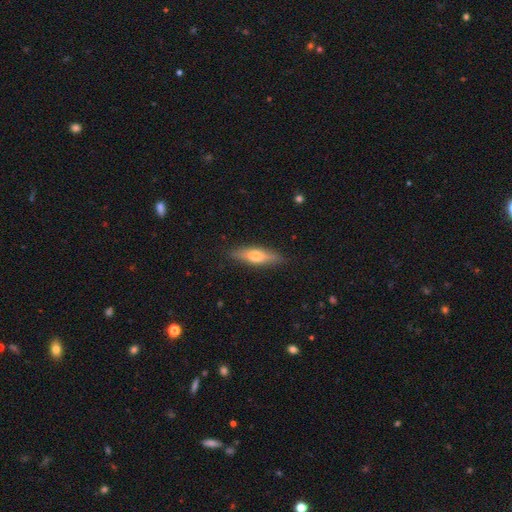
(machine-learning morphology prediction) smooth 54%, featured or disk 40%, star or artifact 6%. Down the decision tree: how rounded — cigar-shaped (62%); merging — none (87%).